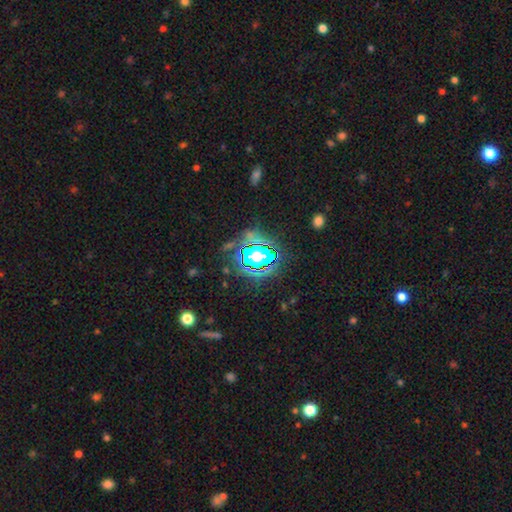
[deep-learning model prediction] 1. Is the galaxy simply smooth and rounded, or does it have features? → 82% star or artifact, 11% smooth, 7% featured or disk.